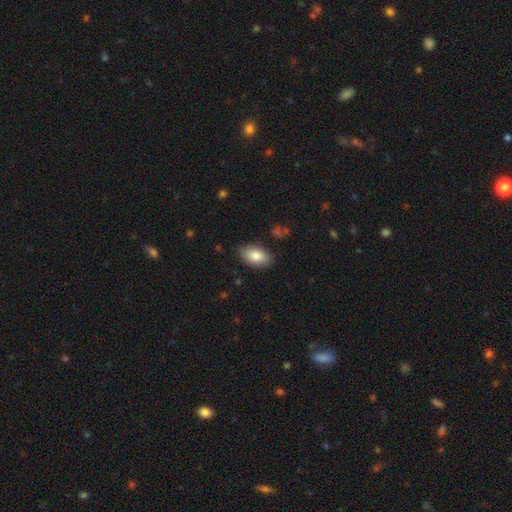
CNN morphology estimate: A smooth galaxy with no disk features (84%) that is in between round and cigar-shaped (92%). Merging: none (84%).